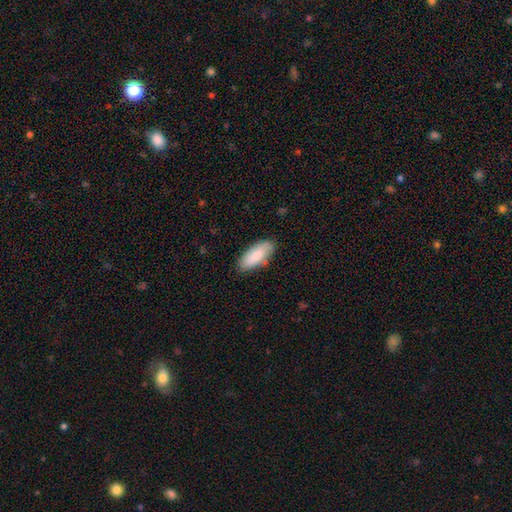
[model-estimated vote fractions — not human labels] Smooth or featured? smooth (84%)
How rounded? in between (84%)
Merging? none (82%)